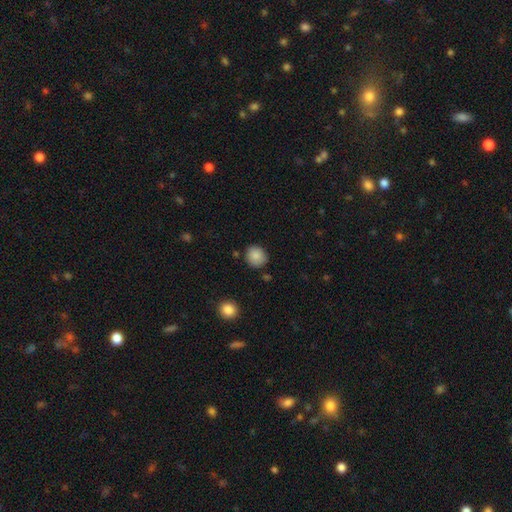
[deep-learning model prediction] smooth-or-featured: smooth: 86% | star or artifact: 9% | featured or disk: 5%
  how-rounded: round: 83% | in between: 16% | cigar-shaped: 1%
  merging: none: 84% | minor disturbance: 11% | merger: 3% | major disturbance: 2%